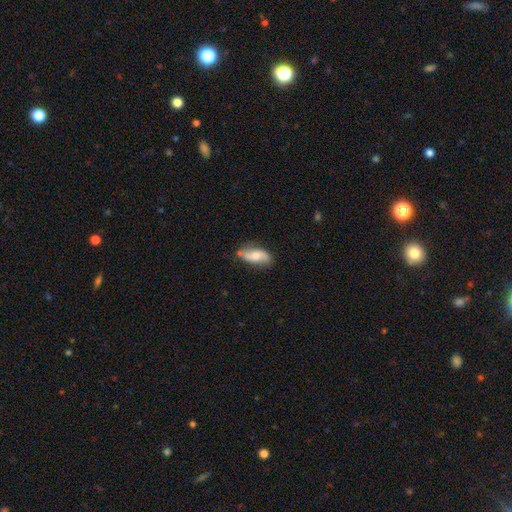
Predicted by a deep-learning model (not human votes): The model was most divided on "smooth or featured": smooth: 50%, featured or disk: 43%, star or artifact: 7%. More confident: how rounded — in between (83%); merging — none (67%).